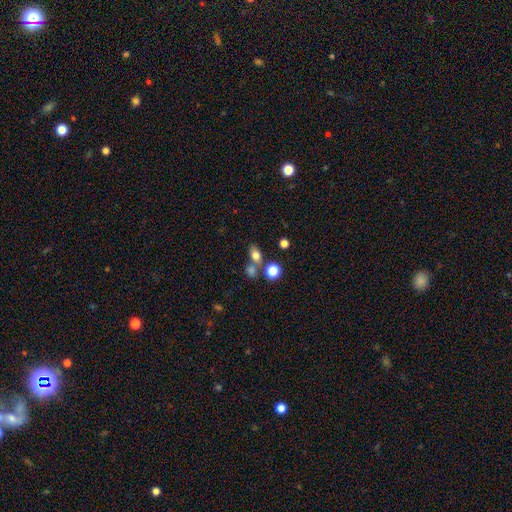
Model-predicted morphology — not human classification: smooth-or-featured: smooth: 75% | star or artifact: 13% | featured or disk: 12%
  how-rounded: in between: 73% | round: 23% | cigar-shaped: 4%
  merging: none: 58% | merger: 27% | minor disturbance: 11% | major disturbance: 5%